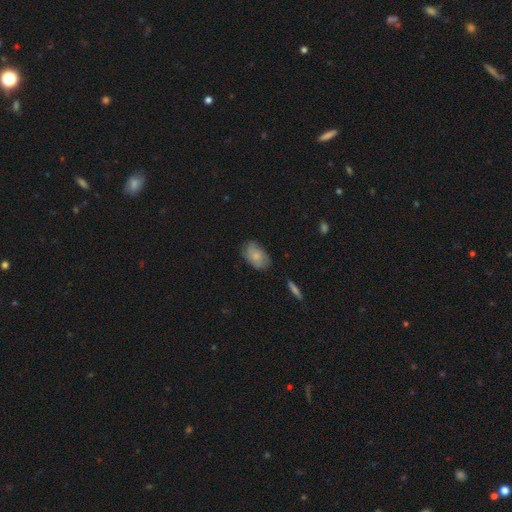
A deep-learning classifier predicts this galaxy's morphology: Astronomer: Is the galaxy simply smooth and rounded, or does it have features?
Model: smooth — 72%.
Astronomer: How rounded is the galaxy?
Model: in between — 90%.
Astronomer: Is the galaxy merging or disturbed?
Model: none — 74%.